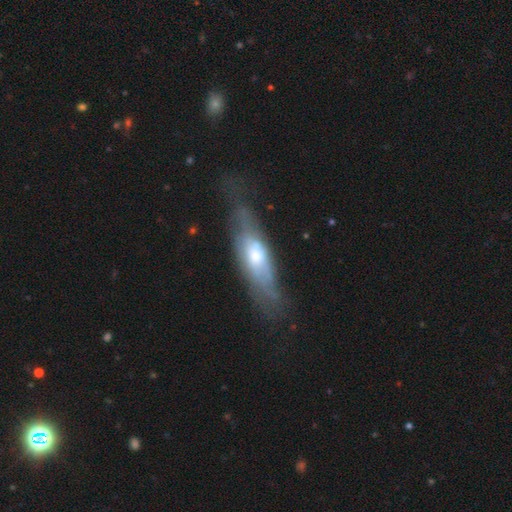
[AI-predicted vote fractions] A featured or disk galaxy (59%).

Vote fractions:
- Smooth or featured? featured or disk: 59% / smooth: 34% / star or artifact: 6%
- Edge-on disk? no: 51% / yes: 49%
- Merging? none: 55% / minor disturbance: 26% / major disturbance: 17% / merger: 3%